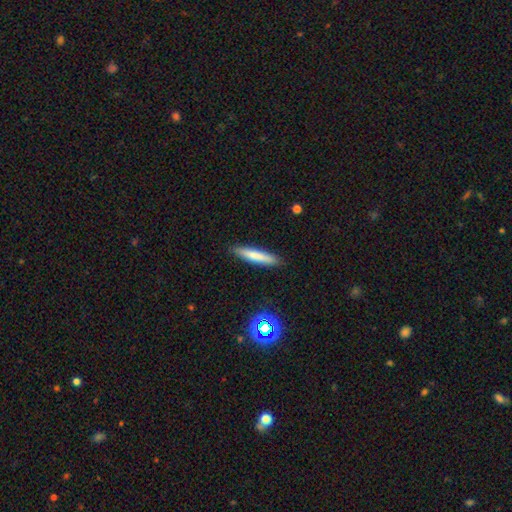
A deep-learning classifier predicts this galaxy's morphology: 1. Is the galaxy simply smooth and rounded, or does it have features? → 74% smooth, 19% featured or disk, 7% star or artifact.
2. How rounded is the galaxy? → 89% cigar-shaped, 9% in between, 1% round.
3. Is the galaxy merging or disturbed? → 89% none, 8% minor disturbance, 2% major disturbance, 1% merger.